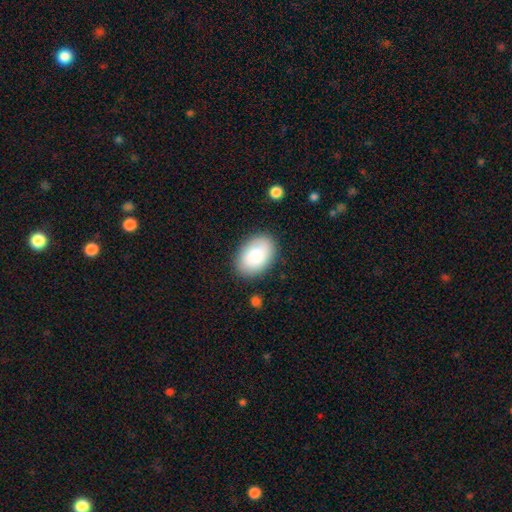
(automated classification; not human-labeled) Morphology: type=smooth (85%); roundness=in between (88%); merging=none (84%).